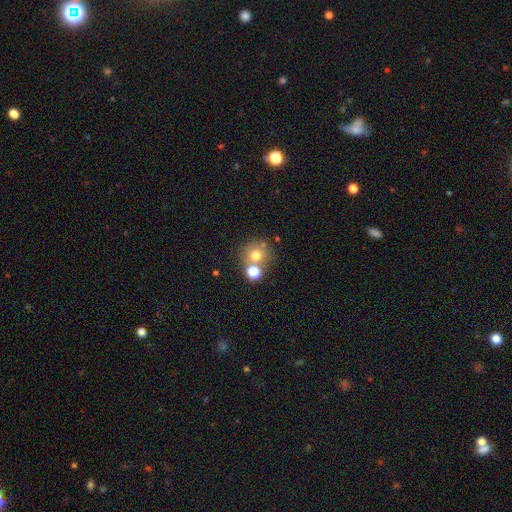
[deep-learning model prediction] Overall: smooth (70%). How rounded: round (88%). Merging: none (59%; merger 28%).